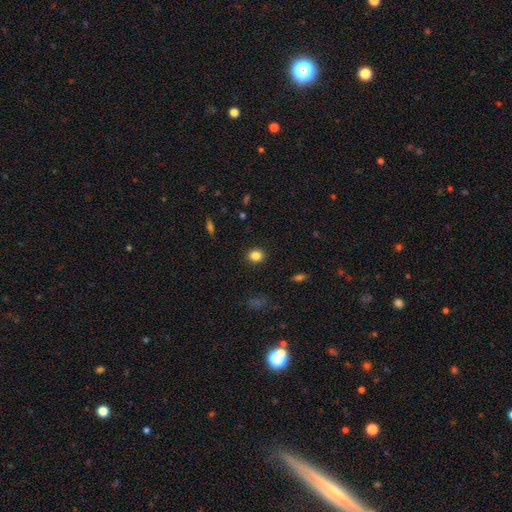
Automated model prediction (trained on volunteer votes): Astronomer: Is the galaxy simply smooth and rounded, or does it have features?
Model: smooth — 84%.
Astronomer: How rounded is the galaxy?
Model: round — 68%.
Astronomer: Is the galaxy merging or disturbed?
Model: none — 90%.